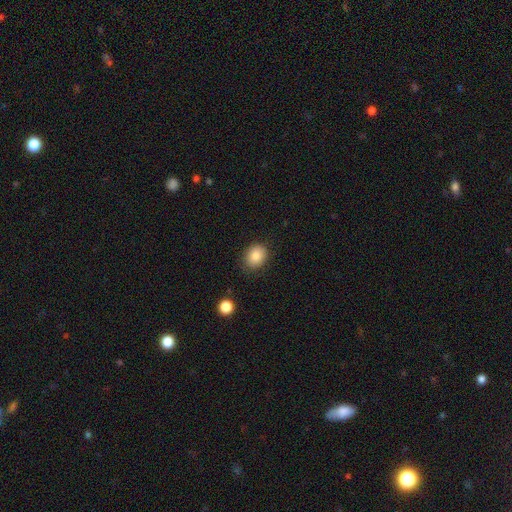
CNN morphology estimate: Q: Smooth or featured?
A: smooth (85%); runner-up: star or artifact (9%)
Q: How rounded?
A: round (51%); runner-up: in between (48%)
Q: Merging?
A: none (83%); runner-up: minor disturbance (13%)